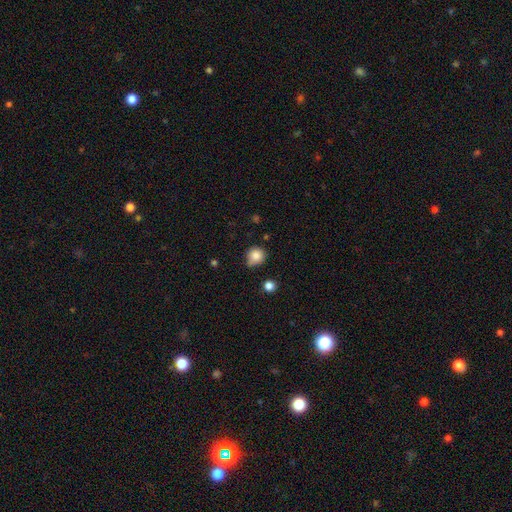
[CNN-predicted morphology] Smooth or featured: smooth — 84% (star or artifact — 10%)
How rounded: round — 88% (in between — 11%)
Merging: none — 62% (minor disturbance — 25%)